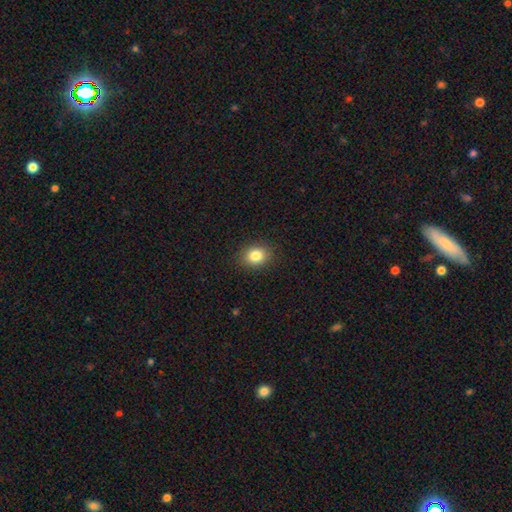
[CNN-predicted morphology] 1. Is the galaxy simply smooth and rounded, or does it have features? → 84% smooth, 10% star or artifact, 6% featured or disk.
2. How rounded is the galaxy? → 52% round, 47% in between, 1% cigar-shaped.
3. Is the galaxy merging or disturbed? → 89% none, 8% minor disturbance, 2% major disturbance, 1% merger.